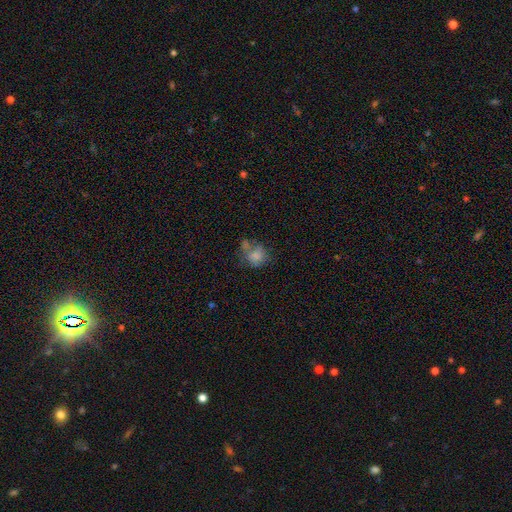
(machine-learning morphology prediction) Smooth or featured?
  - smooth: 76% *
  - featured or disk: 13%
  - star or artifact: 11%
How rounded?
  - round: 74% *
  - in between: 25%
  - cigar-shaped: 1%
Merging?
  - none: 40% *
  - merger: 30%
  - minor disturbance: 19%
  - major disturbance: 11%